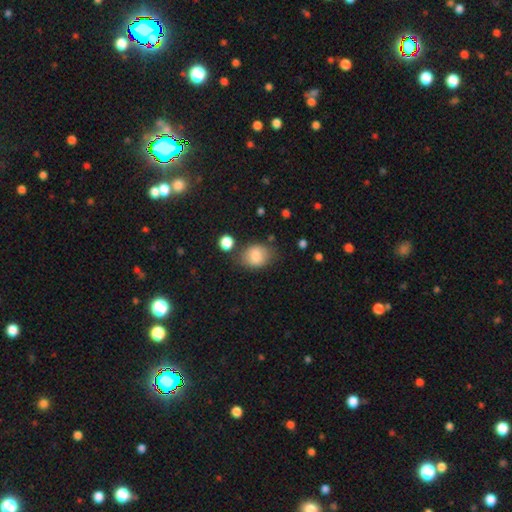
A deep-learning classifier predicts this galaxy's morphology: Smooth or featured?
  - smooth: 82% *
  - featured or disk: 10%
  - star or artifact: 9%
How rounded?
  - in between: 53% *
  - round: 46%
  - cigar-shaped: 1%
Merging?
  - none: 70% *
  - minor disturbance: 19%
  - major disturbance: 6%
  - merger: 6%